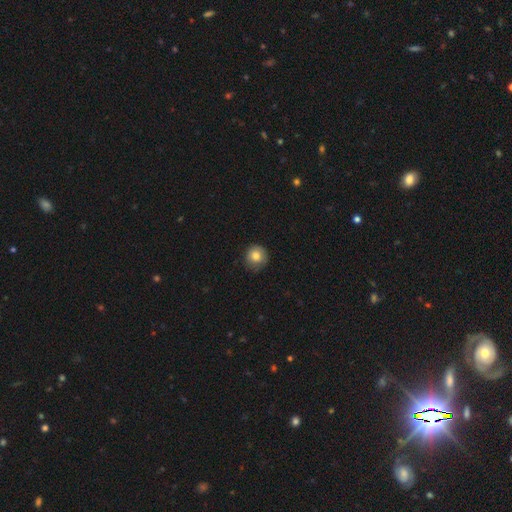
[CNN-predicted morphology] Smooth or featured? smooth (82%)
How rounded? round (92%)
Merging? none (78%)